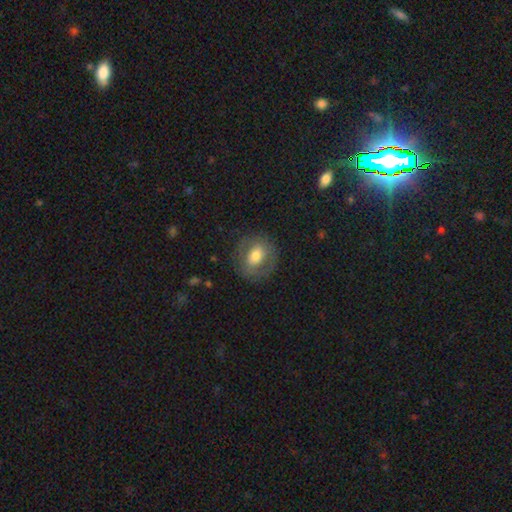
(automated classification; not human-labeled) This appears to be a smooth galaxy with no disk features (53%) that is round (64%). Merging: none (78%).